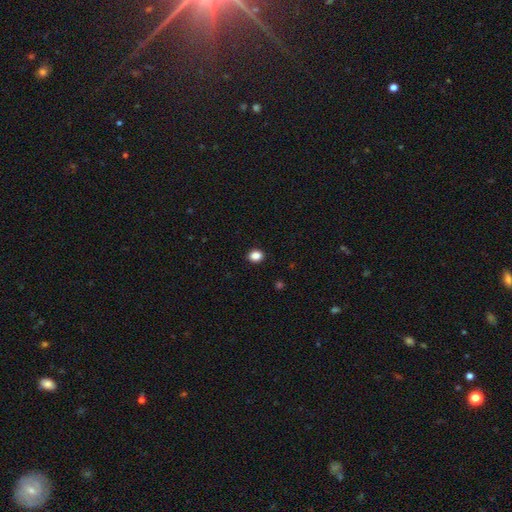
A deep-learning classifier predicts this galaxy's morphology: smooth_or_featured: smooth (p=0.87) [alt: star or artifact p=0.10]
how_rounded: in between (p=0.51) [alt: round p=0.48]
merging: none (p=0.91) [alt: minor disturbance p=0.06]